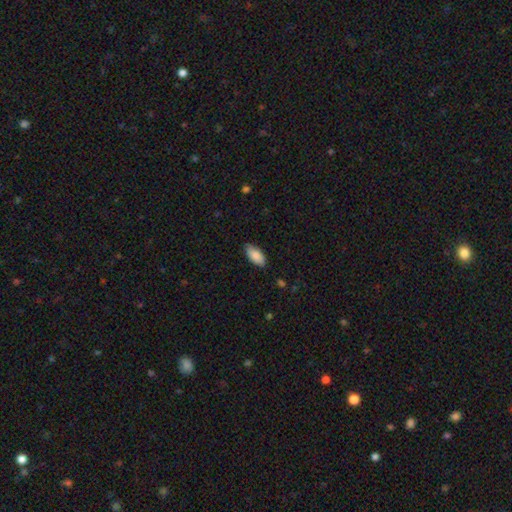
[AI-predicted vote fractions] Smooth or featured?
  - smooth: 87% *
  - featured or disk: 7%
  - star or artifact: 6%
How rounded?
  - in between: 91% *
  - cigar-shaped: 7%
  - round: 2%
Merging?
  - none: 83% *
  - minor disturbance: 14%
  - major disturbance: 2%
  - merger: 1%